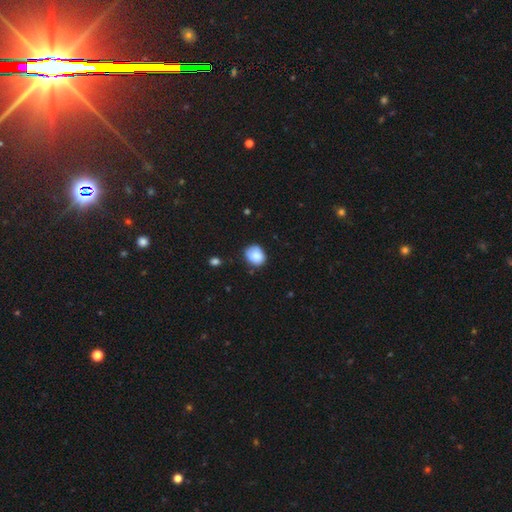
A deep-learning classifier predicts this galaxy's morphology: smooth-or-featured: smooth: 84% | featured or disk: 8% | star or artifact: 8%
  how-rounded: round: 70% | in between: 29% | cigar-shaped: 1%
  merging: none: 67% | minor disturbance: 25% | major disturbance: 5% | merger: 3%